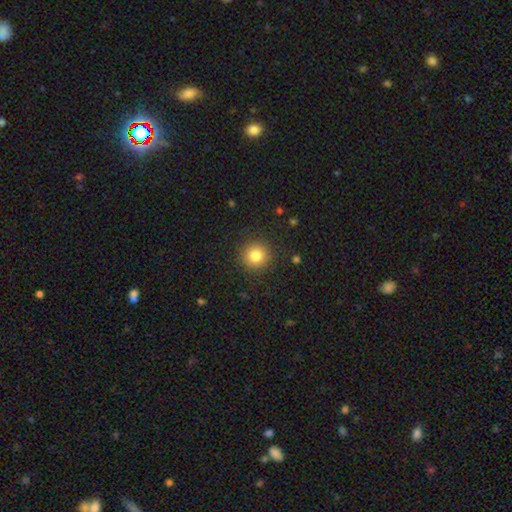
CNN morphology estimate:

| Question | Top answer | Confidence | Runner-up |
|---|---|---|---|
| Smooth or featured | smooth | 83% | star or artifact (11%) |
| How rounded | round | 93% | in between (6%) |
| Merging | none | 90% | minor disturbance (7%) |